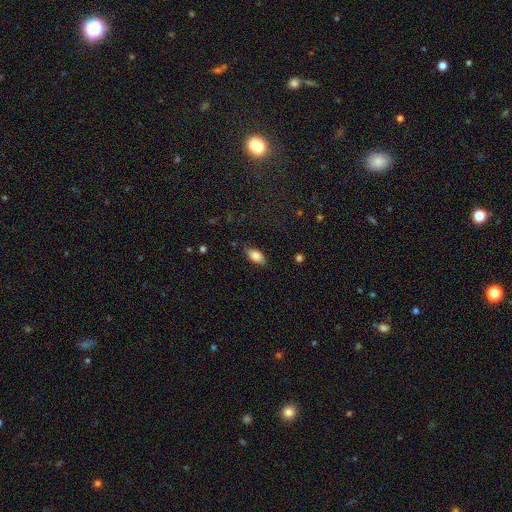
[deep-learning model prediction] Overall: smooth (81%). How rounded: in between (88%). Merging: none (81%).